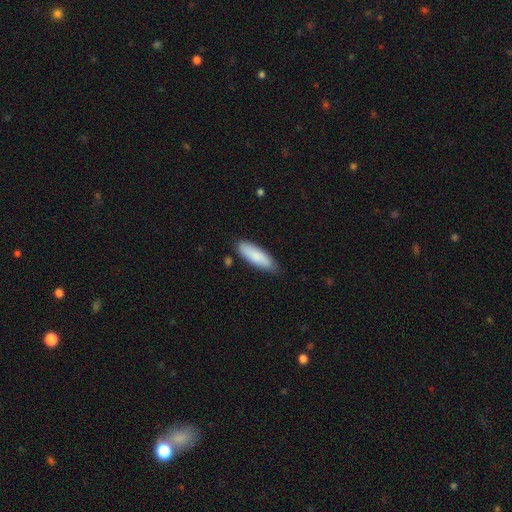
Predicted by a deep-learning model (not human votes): Smooth or featured?
  - smooth: 85% *
  - featured or disk: 9%
  - star or artifact: 5%
How rounded?
  - in between: 54% *
  - cigar-shaped: 44%
  - round: 1%
Merging?
  - none: 78% *
  - minor disturbance: 17%
  - major disturbance: 3%
  - merger: 2%